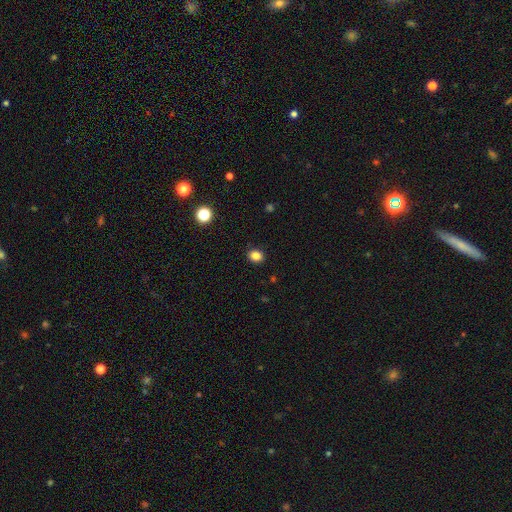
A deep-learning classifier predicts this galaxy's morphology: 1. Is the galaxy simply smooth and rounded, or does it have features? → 84% smooth, 12% star or artifact, 4% featured or disk.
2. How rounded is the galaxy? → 58% round, 41% in between, 1% cigar-shaped.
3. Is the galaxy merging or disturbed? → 90% none, 7% minor disturbance, 2% major disturbance, 1% merger.